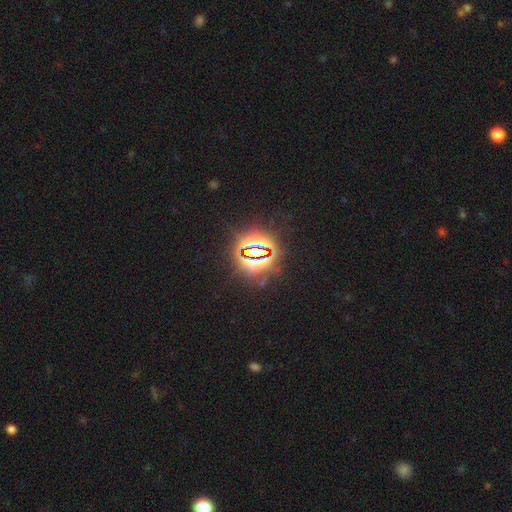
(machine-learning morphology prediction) smooth-or-featured: star or artifact: 82% | smooth: 10% | featured or disk: 7%